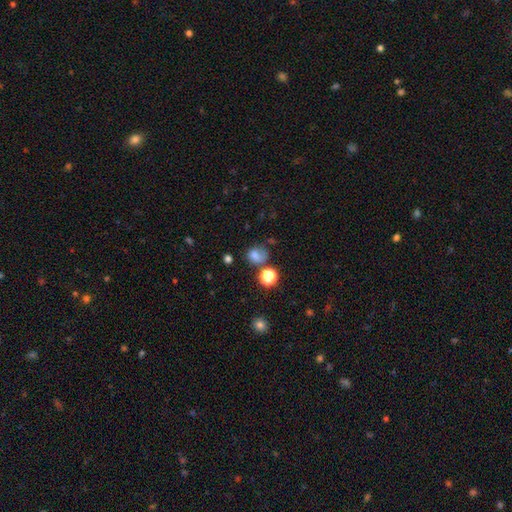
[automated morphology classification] Smooth or featured: smooth — 69% (star or artifact — 19%)
How rounded: round — 60% (in between — 38%)
Merging: none — 50% (minor disturbance — 24%)